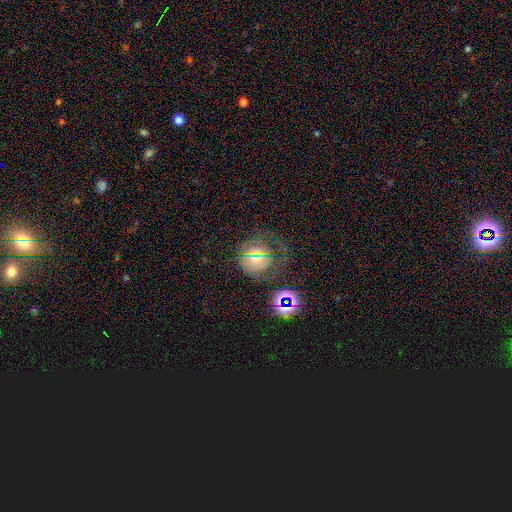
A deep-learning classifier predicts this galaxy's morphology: type=star or artifact (38%).